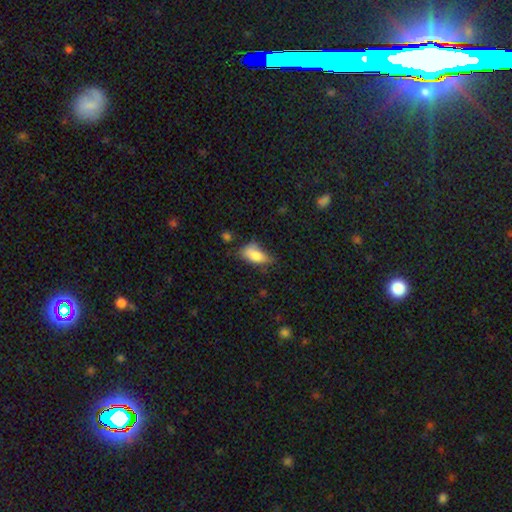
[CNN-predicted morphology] The model was most divided on "merging": none: 43%, minor disturbance: 36%, major disturbance: 15%, merger: 6%. More confident: how rounded — in between (87%); smooth or featured — smooth (78%).